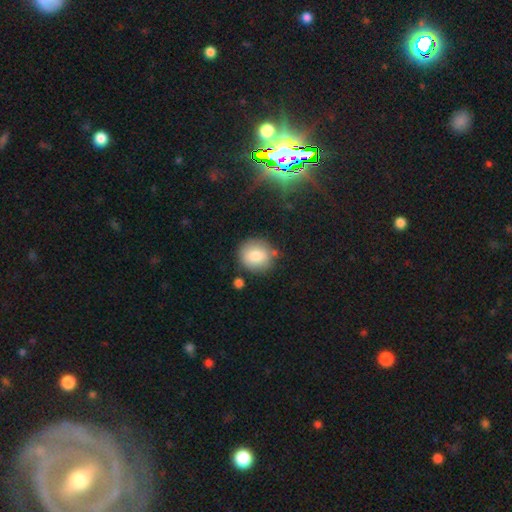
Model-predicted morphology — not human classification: smooth-or-featured: smooth: 81% | featured or disk: 10% | star or artifact: 9%
  how-rounded: round: 89% | in between: 10% | cigar-shaped: 1%
  merging: none: 78% | minor disturbance: 13% | merger: 6% | major disturbance: 3%